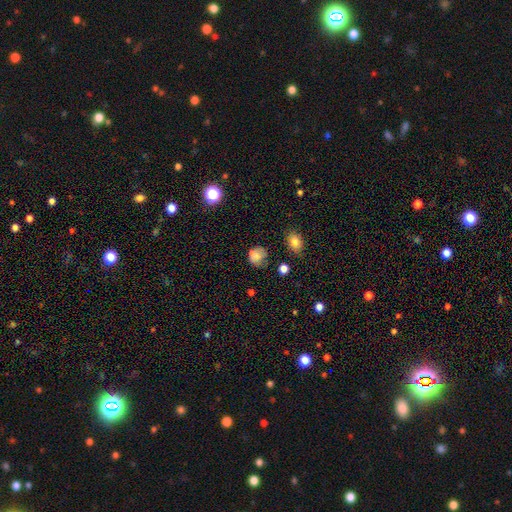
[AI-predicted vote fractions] This is likely a smooth galaxy (75%). How rounded: likely round (77%). Merging: possibly none (59%).